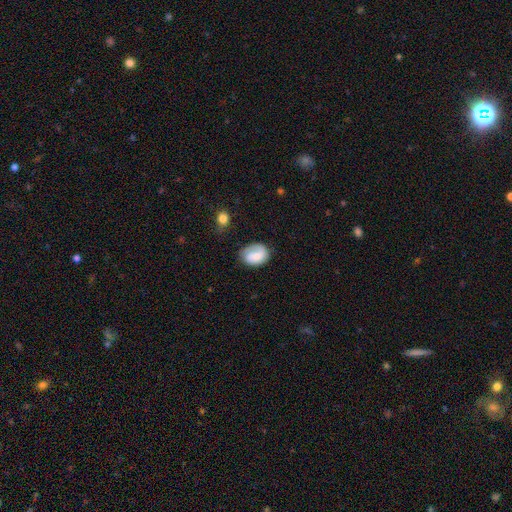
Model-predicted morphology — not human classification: A smooth galaxy with no disk features (53%) that is in between round and cigar-shaped (61%).

Vote fractions:
- Smooth or featured? smooth: 53% / featured or disk: 40% / star or artifact: 7%
- How rounded? in between: 61% / round: 38% / cigar-shaped: 1%
- Merging? none: 60% / minor disturbance: 25% / major disturbance: 11% / merger: 3%